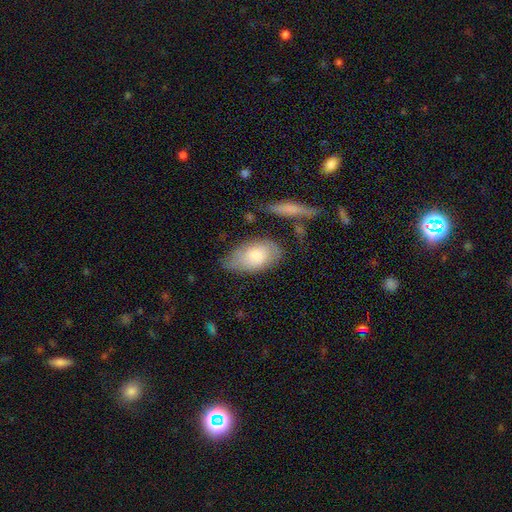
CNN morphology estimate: smooth_or_featured: smooth (p=0.72) [alt: featured or disk p=0.22]
how_rounded: in between (p=0.93) [alt: round p=0.04]
merging: none (p=0.62) [alt: minor disturbance p=0.27]